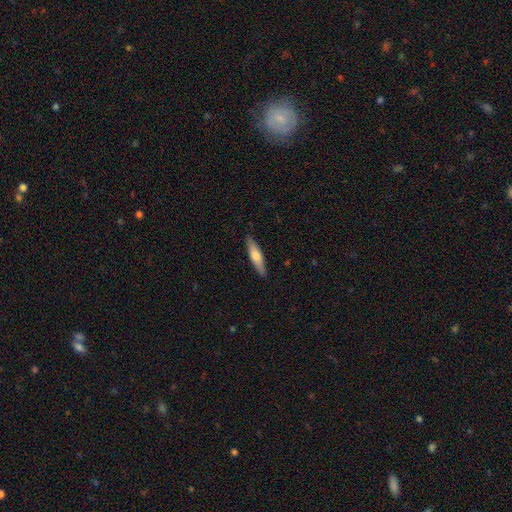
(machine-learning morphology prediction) This appears to be a smooth galaxy with no disk features (59%) that is cigar-shaped (78%). Merging: none (89%).